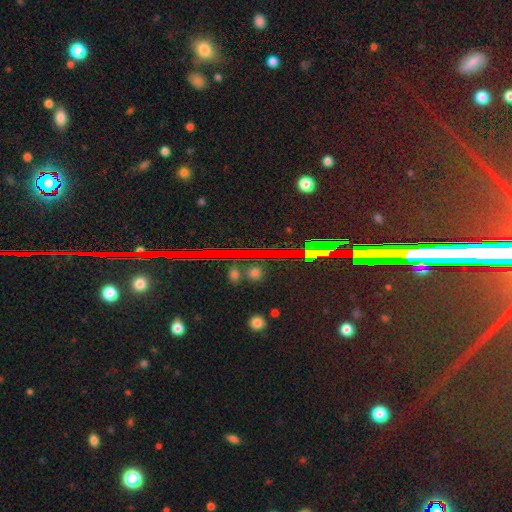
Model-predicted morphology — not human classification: This is likely a star or artifact rather than a galaxy (80%).